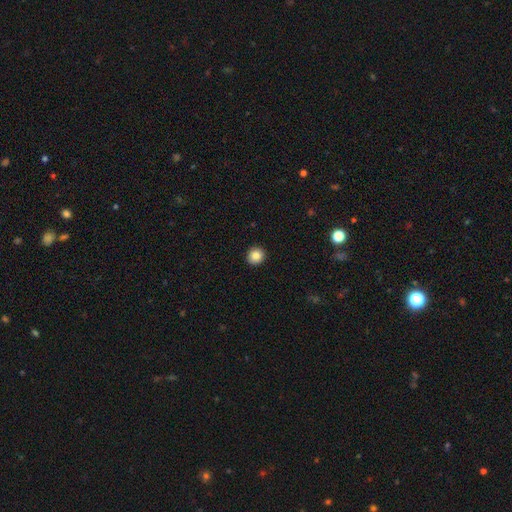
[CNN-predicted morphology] This is clearly a smooth galaxy (86%). How rounded: clearly round (92%). Merging: clearly none (93%).